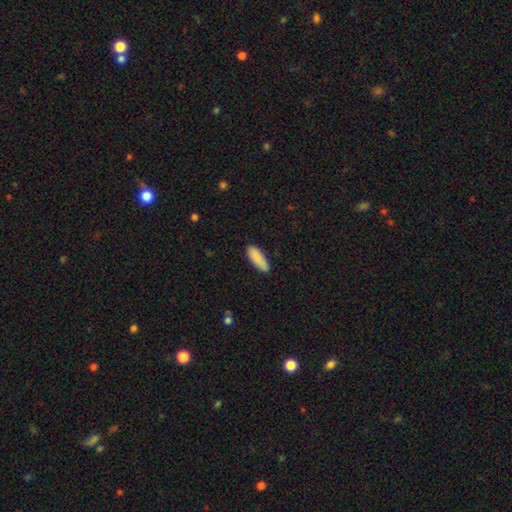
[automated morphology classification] smooth-or-featured: smooth: 87% | featured or disk: 7% | star or artifact: 6%
  how-rounded: in between: 65% | cigar-shaped: 33% | round: 2%
  merging: none: 85% | minor disturbance: 12% | major disturbance: 2% | merger: 1%